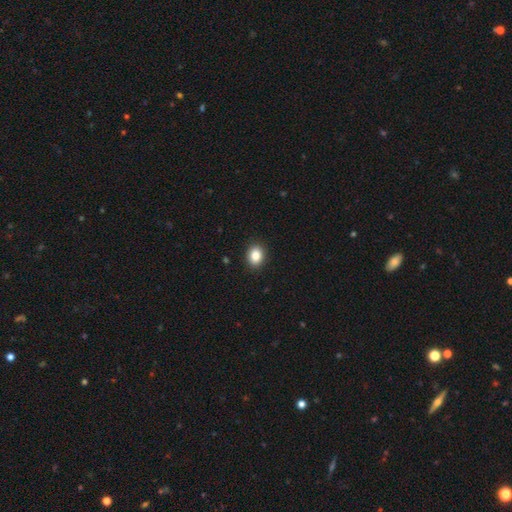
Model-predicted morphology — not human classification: Smooth or featured? Predicted: smooth (p=0.85). How rounded? Predicted: in between (p=0.54). Merging? Predicted: none (p=0.91).